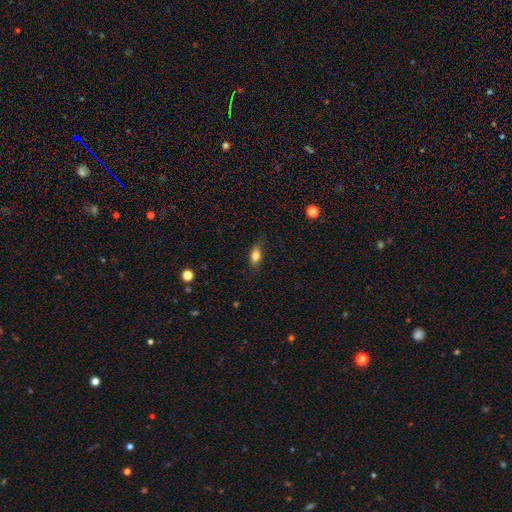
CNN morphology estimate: Smooth or featured? Predicted: smooth (p=0.80). How rounded? Predicted: in between (p=0.81). Merging? Predicted: none (p=0.81).